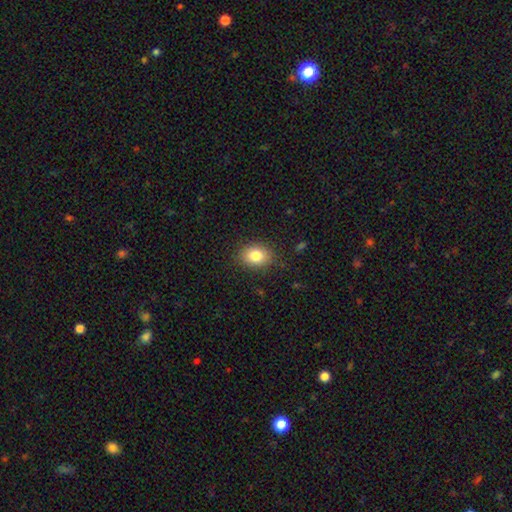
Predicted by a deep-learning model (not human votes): The model was most divided on "how rounded": in between: 62%, round: 37%, cigar-shaped: 1%. More confident: merging — none (85%); smooth or featured — smooth (82%).